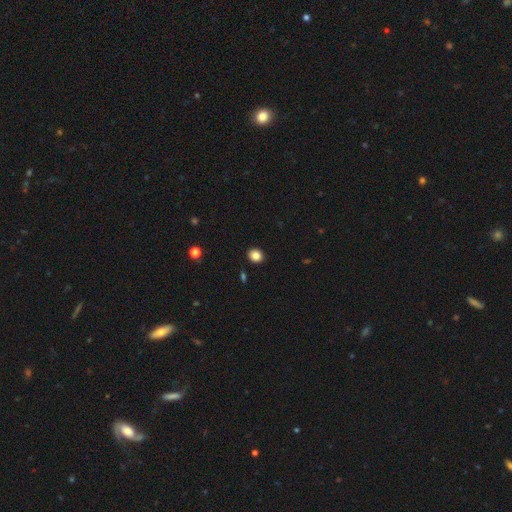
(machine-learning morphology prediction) Q: Smooth or featured?
A: smooth (85%); runner-up: star or artifact (10%)
Q: How rounded?
A: round (72%); runner-up: in between (27%)
Q: Merging?
A: none (91%); runner-up: minor disturbance (6%)